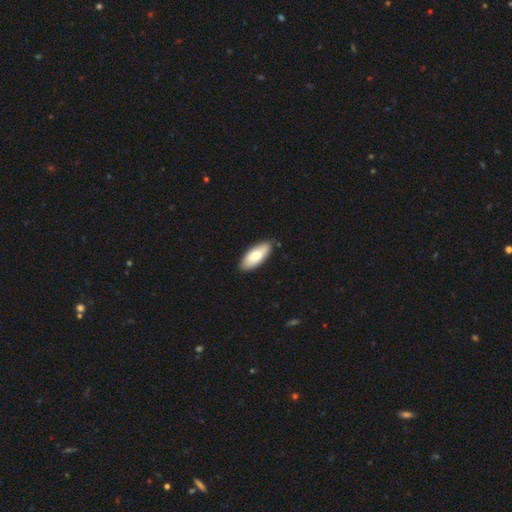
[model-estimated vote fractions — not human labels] Q: Smooth or featured?
A: smooth (75%); runner-up: featured or disk (20%)
Q: How rounded?
A: in between (85%); runner-up: cigar-shaped (14%)
Q: Merging?
A: none (88%); runner-up: minor disturbance (9%)